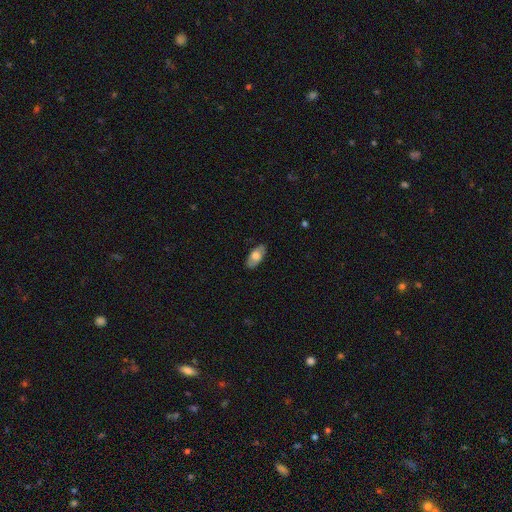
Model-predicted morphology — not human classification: A smooth galaxy with no disk features (65%) that is in between round and cigar-shaped (91%). Merging: none (83%).